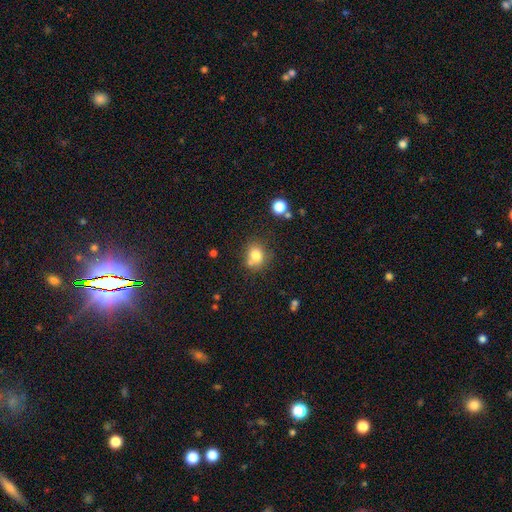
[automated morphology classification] A smooth galaxy with no disk features (79%) that is round (67%). Merging: none (59%).